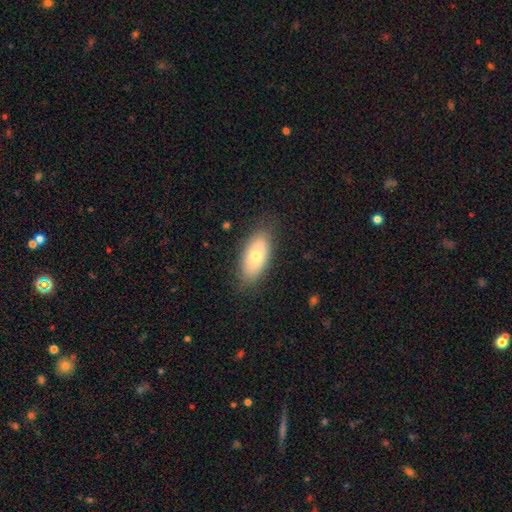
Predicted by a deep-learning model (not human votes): Smooth or featured? smooth (65%)
How rounded? in between (91%)
Merging? none (82%)